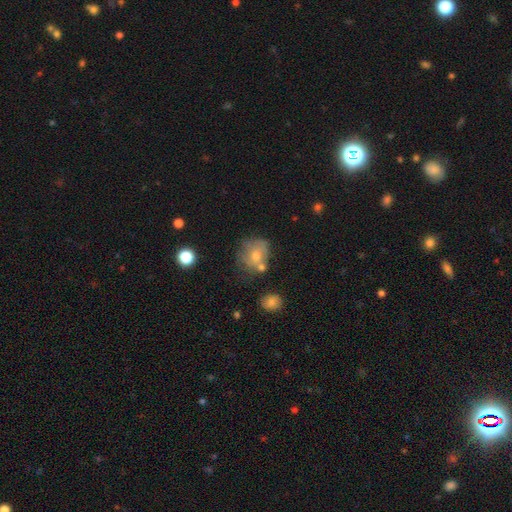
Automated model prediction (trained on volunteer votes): A smooth galaxy with no disk features (52%) that is round (70%). Merging: none (50%).